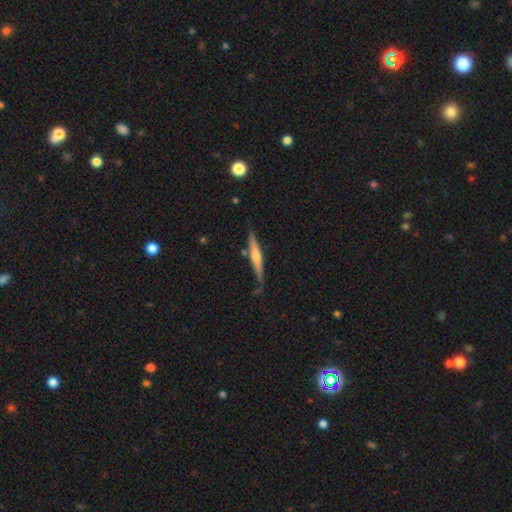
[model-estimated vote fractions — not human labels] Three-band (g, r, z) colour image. It shows a featured or disk galaxy (59%) viewed edge-on (96%) with a rounded central bulge (78%). Merging: none (75%).